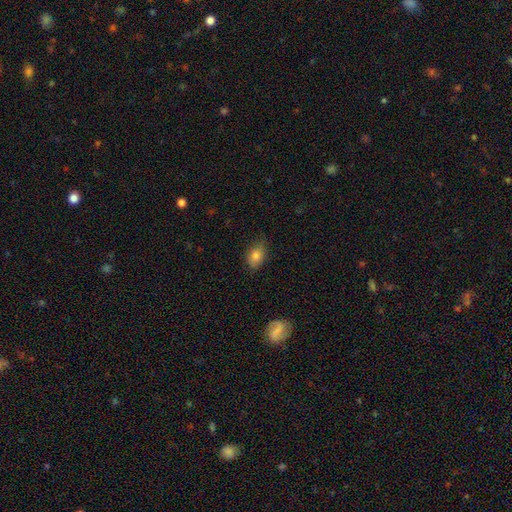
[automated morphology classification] smooth 81%, featured or disk 10%, star or artifact 9%. Down the decision tree: how rounded — in between (84%); merging — none (80%).